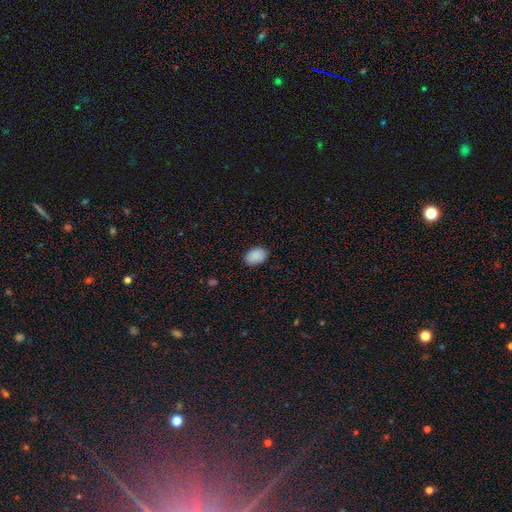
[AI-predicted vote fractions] A smooth galaxy with no disk features (90%) that is in between round and cigar-shaped (80%).

Vote fractions:
- Smooth or featured? smooth: 90% / star or artifact: 7% / featured or disk: 3%
- How rounded? in between: 80% / round: 19% / cigar-shaped: 1%
- Merging? none: 88% / minor disturbance: 9% / major disturbance: 2% / merger: 1%